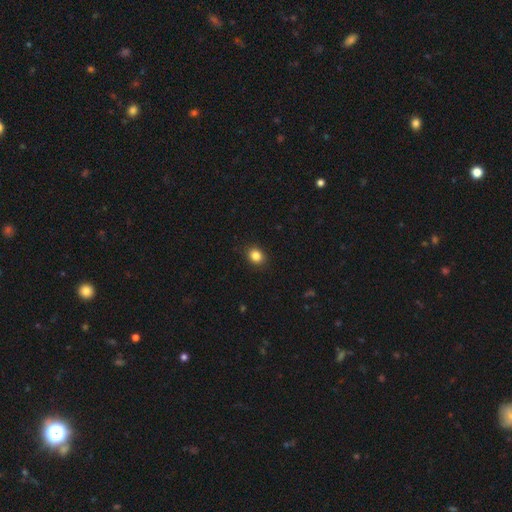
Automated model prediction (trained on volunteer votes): smooth 85%, star or artifact 11%, featured or disk 5%. Down the decision tree: how rounded — round (59%); merging — none (90%).